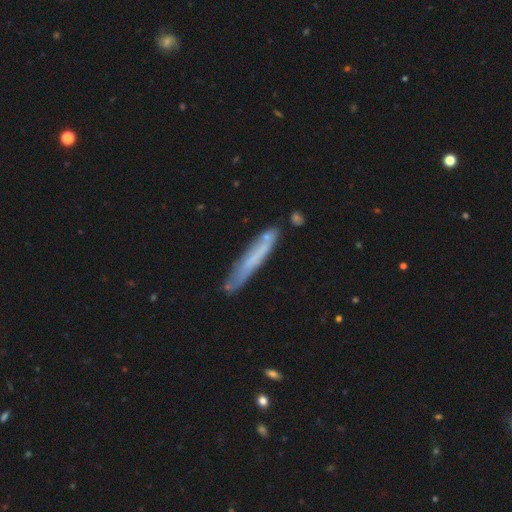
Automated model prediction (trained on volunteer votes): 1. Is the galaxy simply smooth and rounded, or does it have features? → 51% smooth, 42% featured or disk, 7% star or artifact.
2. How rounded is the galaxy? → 94% cigar-shaped, 4% in between, 1% round.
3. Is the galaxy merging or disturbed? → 73% none, 17% minor disturbance, 6% merger, 4% major disturbance.